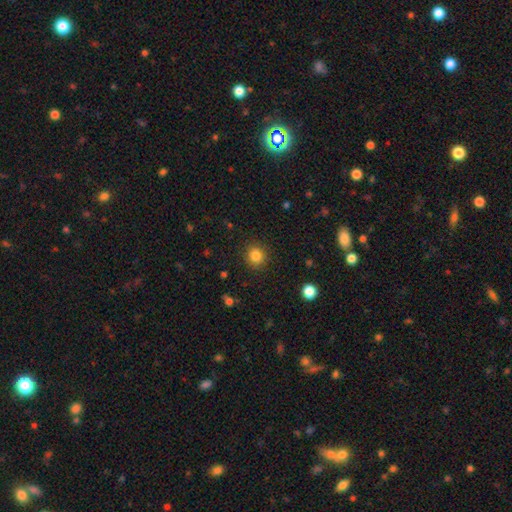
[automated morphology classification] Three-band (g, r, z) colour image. It shows a smooth galaxy with no disk features (84%) that is round (88%). Merging: none (90%).